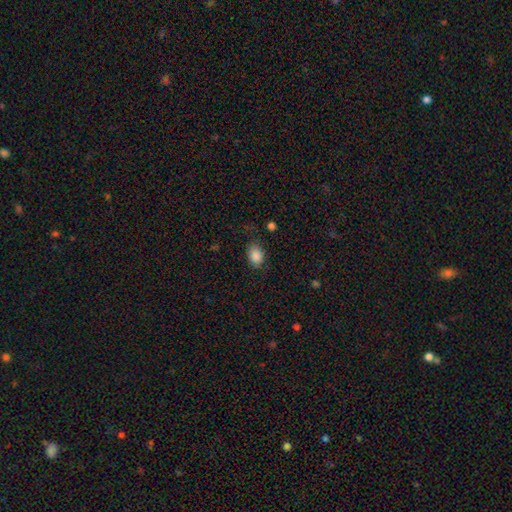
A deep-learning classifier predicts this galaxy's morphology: The model was most divided on "how rounded": in between: 74%, round: 25%, cigar-shaped: 1%. More confident: smooth or featured — smooth (87%); merging — none (74%).